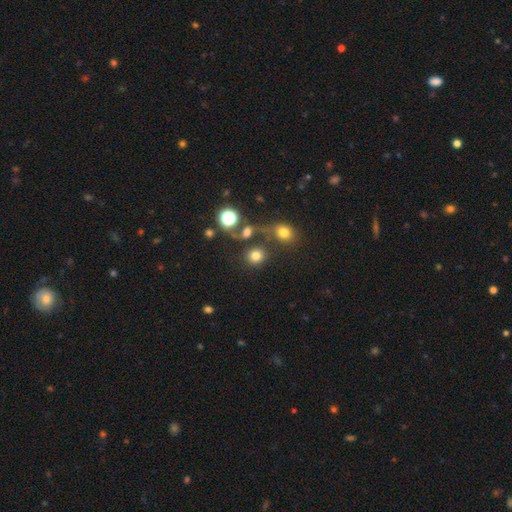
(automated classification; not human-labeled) Smooth or featured? Predicted: smooth (p=0.75). How rounded? Predicted: round (p=0.86). Merging? Predicted: none (p=0.68).